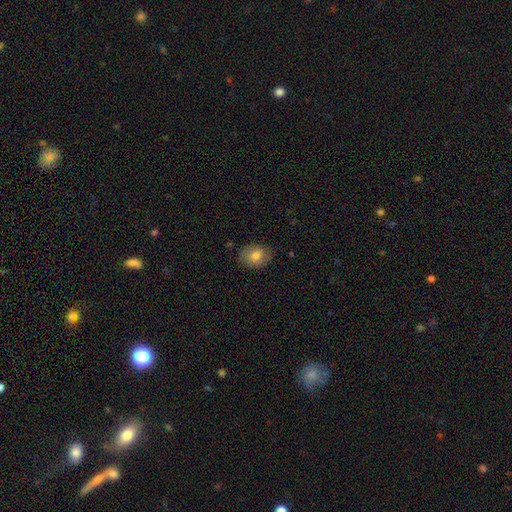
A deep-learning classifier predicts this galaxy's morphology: Smooth or featured?
  - smooth: 73% *
  - featured or disk: 19%
  - star or artifact: 8%
How rounded?
  - in between: 66% *
  - round: 33%
  - cigar-shaped: 1%
Merging?
  - none: 80% *
  - minor disturbance: 15%
  - major disturbance: 4%
  - merger: 1%